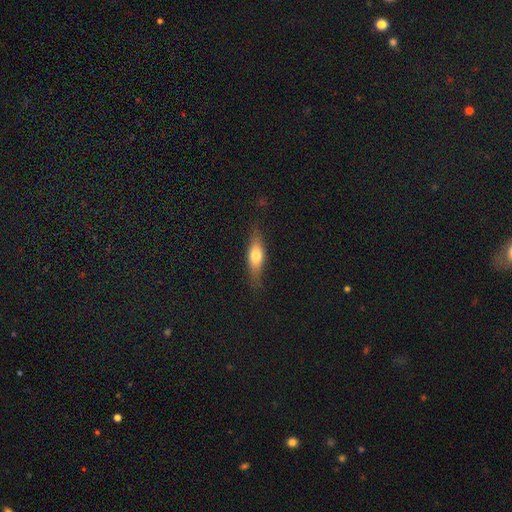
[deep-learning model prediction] This is likely a smooth galaxy (63%). How rounded: possibly in between (54%). Merging: likely none (79%).